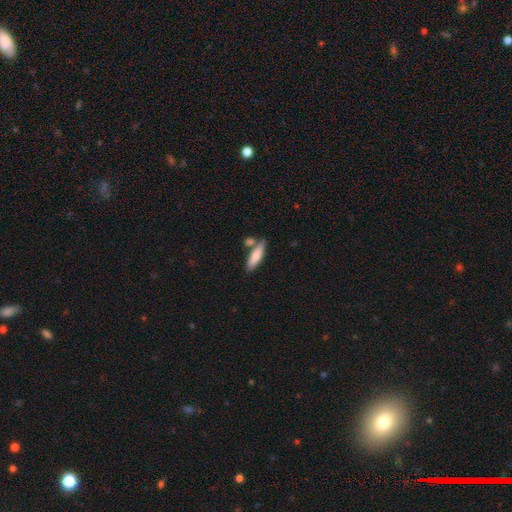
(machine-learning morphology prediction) A smooth galaxy with no disk features (79%) that is cigar-shaped (59%).

Vote fractions:
- Smooth or featured? smooth: 79% / featured or disk: 15% / star or artifact: 5%
- How rounded? cigar-shaped: 59% / in between: 39% / round: 2%
- Merging? none: 66% / merger: 18% / minor disturbance: 13% / major disturbance: 3%